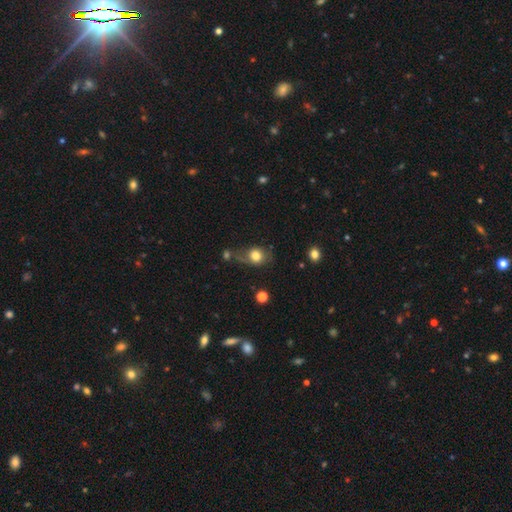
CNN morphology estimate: Smooth or featured? smooth (76%)
How rounded? round (61%)
Merging? none (46%)